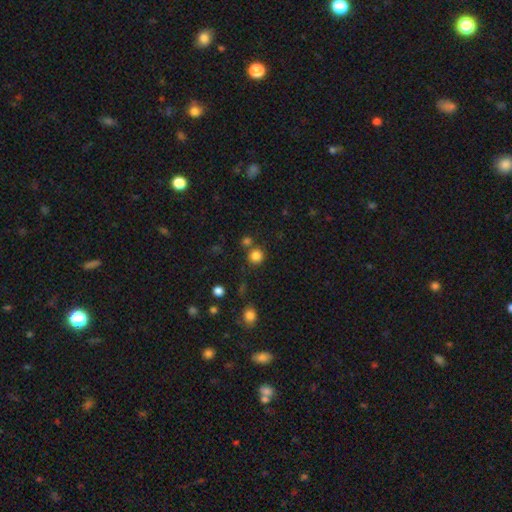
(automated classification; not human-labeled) Q: Smooth or featured?
A: smooth (82%); runner-up: star or artifact (13%)
Q: How rounded?
A: round (91%); runner-up: in between (8%)
Q: Merging?
A: none (75%); runner-up: merger (14%)